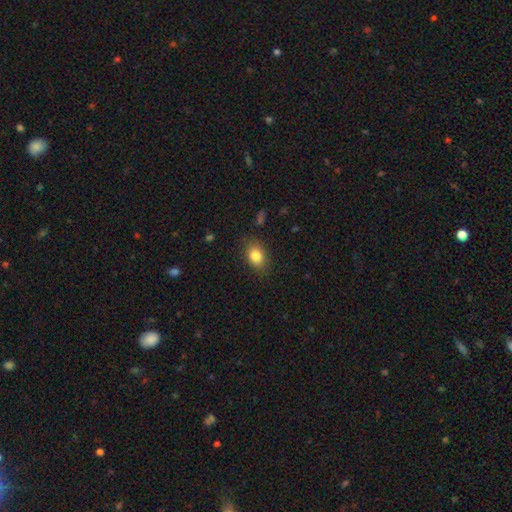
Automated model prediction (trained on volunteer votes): A smooth galaxy with no disk features (84%) that is in between round and cigar-shaped (74%). Merging: none (83%).